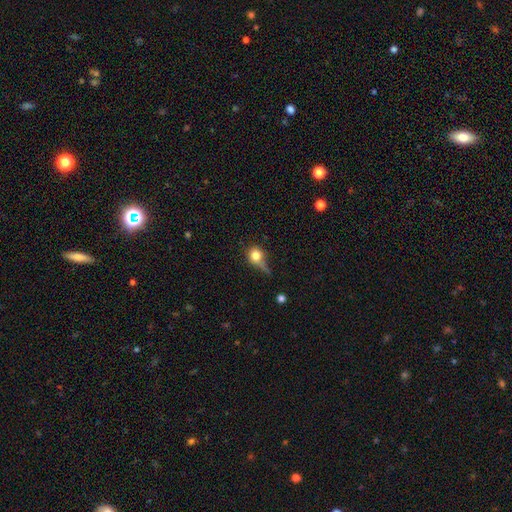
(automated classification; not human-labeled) Smooth or featured? Predicted: smooth (p=0.74). How rounded? Predicted: round (p=0.74). Merging? Predicted: none (p=0.37).